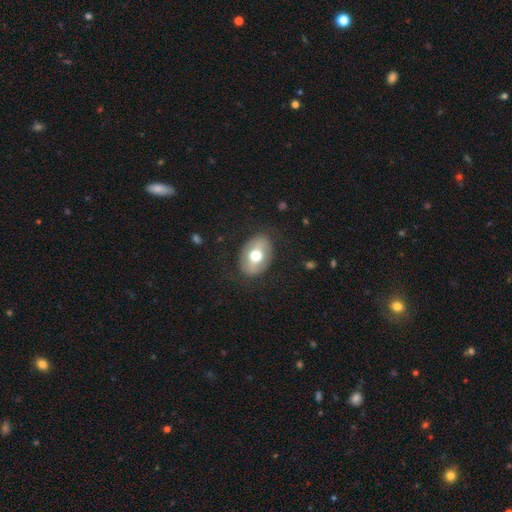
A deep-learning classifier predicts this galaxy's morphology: Overall: smooth (56%; featured or disk 37%). How rounded: in between (80%). Merging: none (80%).